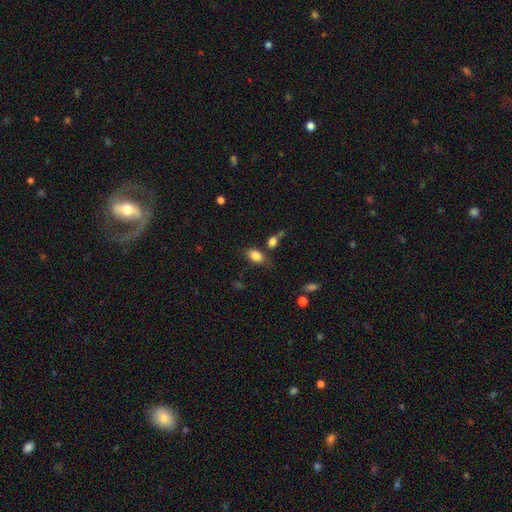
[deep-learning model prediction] smooth-or-featured: smooth: 85% | star or artifact: 9% | featured or disk: 7%
  how-rounded: in between: 88% | round: 10% | cigar-shaped: 2%
  merging: none: 67% | minor disturbance: 16% | merger: 11% | major disturbance: 5%